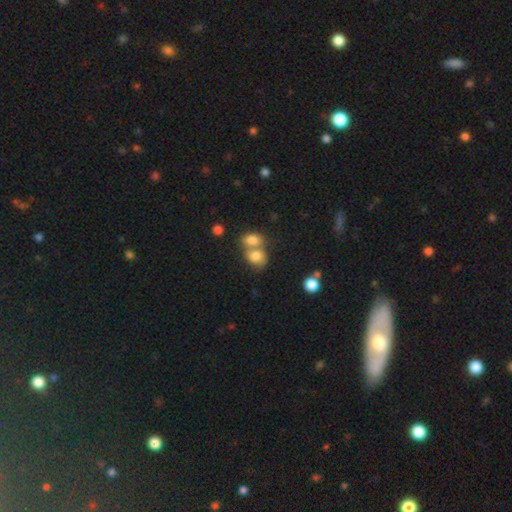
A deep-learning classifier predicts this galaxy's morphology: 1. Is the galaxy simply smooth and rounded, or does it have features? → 76% smooth, 14% featured or disk, 10% star or artifact.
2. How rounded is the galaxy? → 55% in between, 43% round, 1% cigar-shaped.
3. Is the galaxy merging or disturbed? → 62% merger, 25% none, 8% minor disturbance, 4% major disturbance.